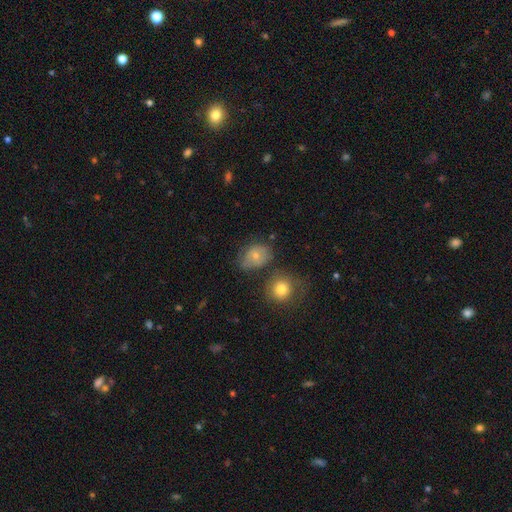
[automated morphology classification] This is likely a smooth galaxy (66%). How rounded: possibly in between (58%). Merging: possibly none (50%).